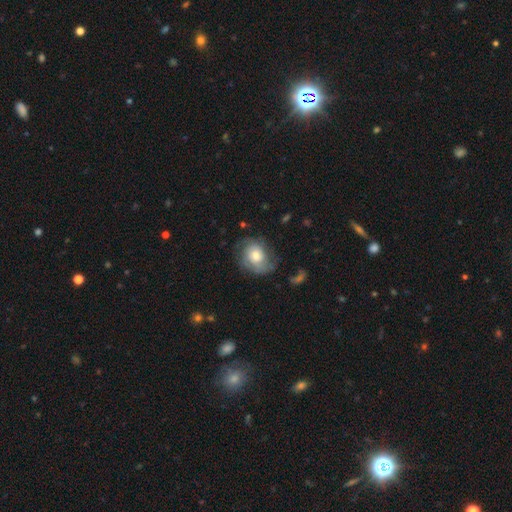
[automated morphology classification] Smooth or featured? Predicted: featured or disk (p=0.60). Edge-on disk? Predicted: no (p=0.97). Bar? Predicted: no (p=0.80). Spiral arms? Predicted: yes (p=0.84). Bulge size? Predicted: moderate (p=0.60). Merging? Predicted: none (p=0.62).